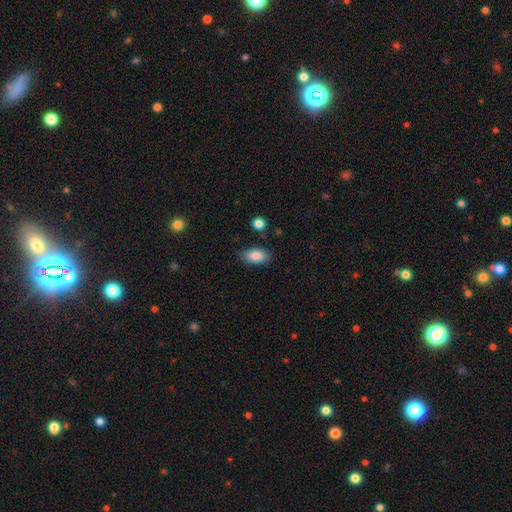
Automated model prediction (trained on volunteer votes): smooth_or_featured: smooth (p=0.87) [alt: star or artifact p=0.07]
how_rounded: in between (p=0.92) [alt: round p=0.04]
merging: none (p=0.83) [alt: minor disturbance p=0.12]